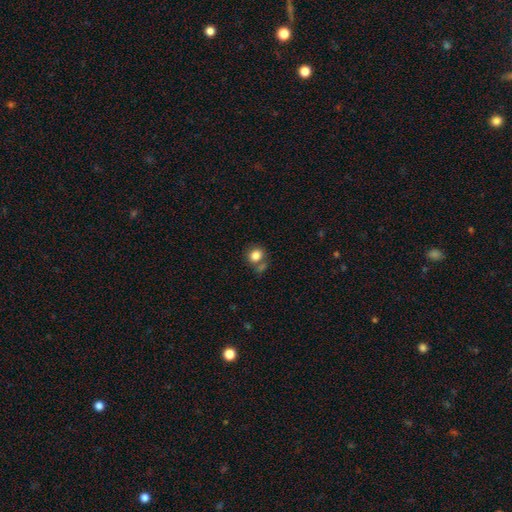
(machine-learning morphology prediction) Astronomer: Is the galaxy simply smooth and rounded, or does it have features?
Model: smooth — 83%.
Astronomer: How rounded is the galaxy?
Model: round — 66%.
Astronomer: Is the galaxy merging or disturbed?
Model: none — 57%.